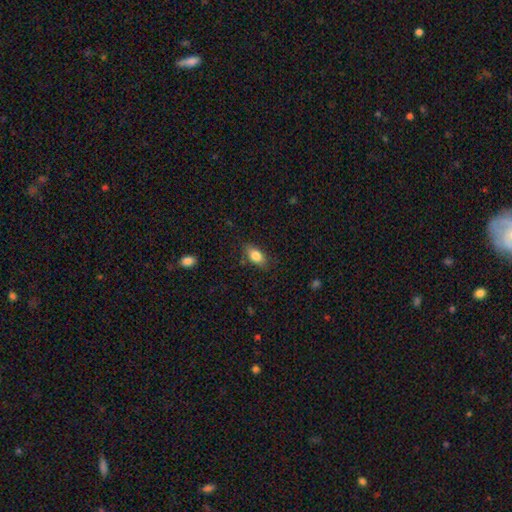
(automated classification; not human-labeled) Smooth or featured? smooth (82%)
How rounded? in between (86%)
Merging? none (81%)